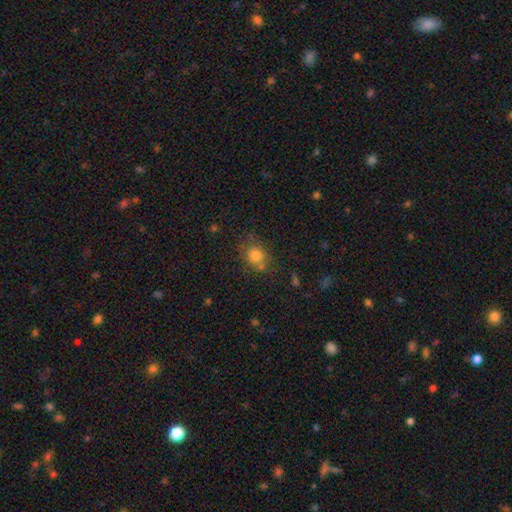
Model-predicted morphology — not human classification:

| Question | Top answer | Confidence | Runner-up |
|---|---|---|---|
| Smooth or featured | smooth | 79% | star or artifact (12%) |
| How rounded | round | 70% | in between (29%) |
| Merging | none | 67% | minor disturbance (18%) |